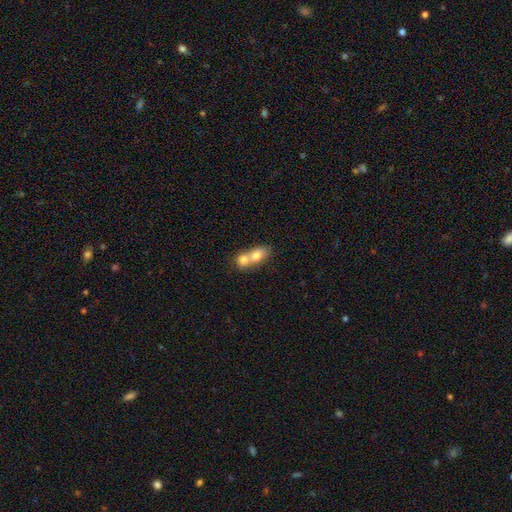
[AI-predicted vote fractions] Smooth or featured?
  - smooth: 71% *
  - featured or disk: 21%
  - star or artifact: 8%
How rounded?
  - in between: 63% *
  - round: 33%
  - cigar-shaped: 5%
Merging?
  - merger: 75% *
  - none: 17%
  - minor disturbance: 5%
  - major disturbance: 3%